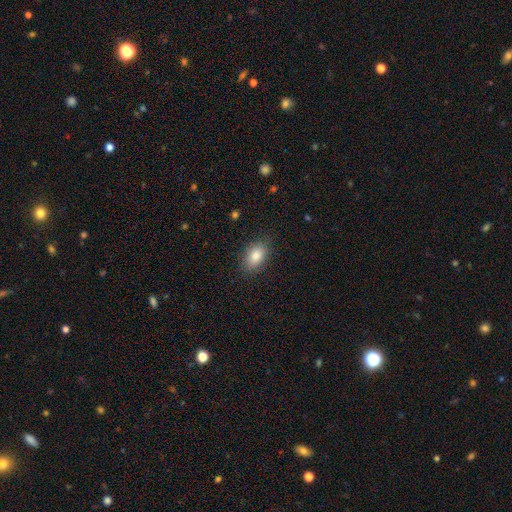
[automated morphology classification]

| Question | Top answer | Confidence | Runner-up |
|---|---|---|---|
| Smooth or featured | smooth | 85% | star or artifact (8%) |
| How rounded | in between | 88% | round (10%) |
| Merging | none | 83% | minor disturbance (12%) |